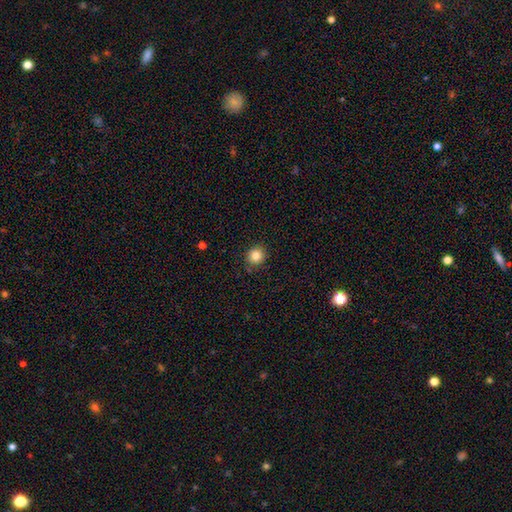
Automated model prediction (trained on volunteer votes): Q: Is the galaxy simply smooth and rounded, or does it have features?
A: smooth — 84%.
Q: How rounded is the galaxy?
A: round — 88%.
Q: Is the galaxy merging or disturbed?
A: none — 89%.